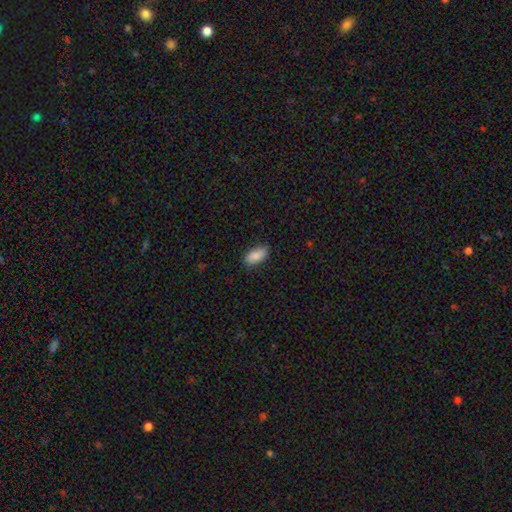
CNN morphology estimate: Q: Smooth or featured?
A: smooth (85%); runner-up: featured or disk (8%)
Q: How rounded?
A: in between (90%); runner-up: cigar-shaped (7%)
Q: Merging?
A: none (76%); runner-up: minor disturbance (19%)